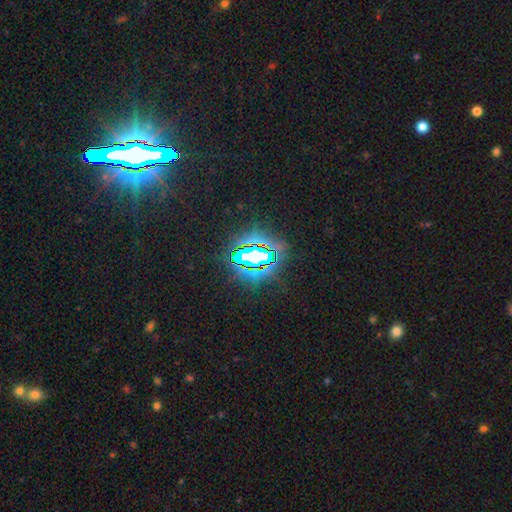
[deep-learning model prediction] star or artifact 77%, smooth 12%, featured or disk 11%.